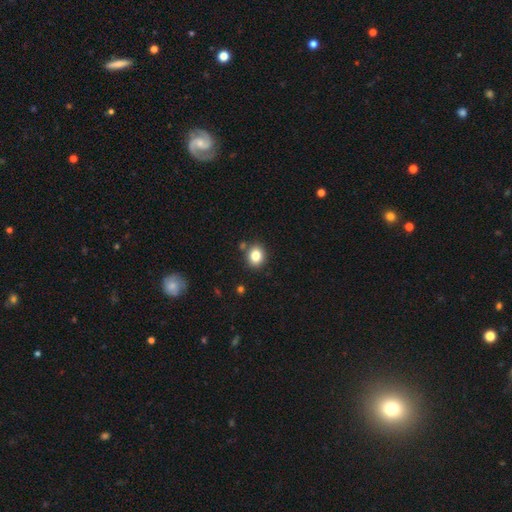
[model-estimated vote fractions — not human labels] Smooth or featured: smooth — 81% (star or artifact — 11%)
How rounded: round — 69% (in between — 30%)
Merging: none — 84% (minor disturbance — 9%)